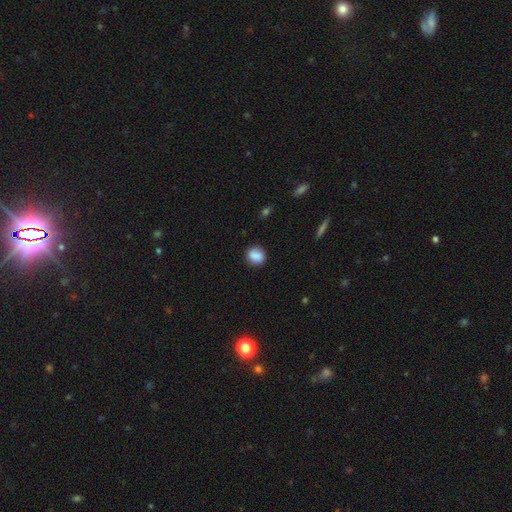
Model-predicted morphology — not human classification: smooth_or_featured: smooth (p=0.86) [alt: star or artifact p=0.08]
how_rounded: round (p=0.63) [alt: in between p=0.35]
merging: none (p=0.84) [alt: minor disturbance p=0.12]